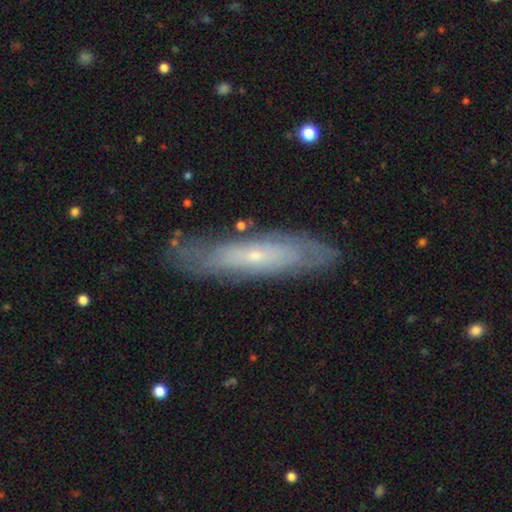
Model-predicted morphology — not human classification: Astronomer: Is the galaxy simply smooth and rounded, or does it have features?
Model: featured or disk — 65%.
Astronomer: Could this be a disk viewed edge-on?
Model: no — 59% (runner-up: yes, 41%).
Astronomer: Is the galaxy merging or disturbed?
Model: none — 80%.